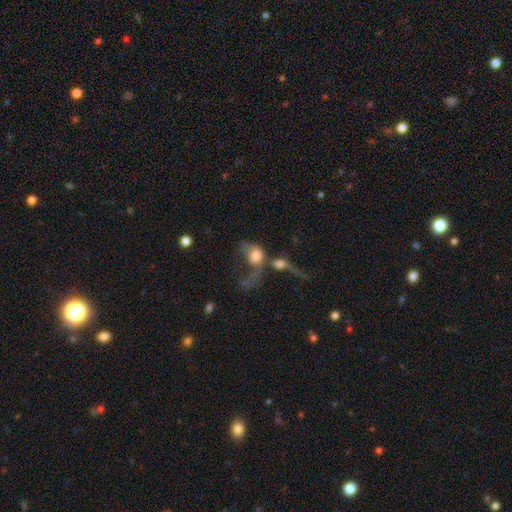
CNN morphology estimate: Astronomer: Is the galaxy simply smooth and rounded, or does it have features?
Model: smooth — 57% (runner-up: featured or disk, 33%).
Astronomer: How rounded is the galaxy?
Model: in between — 57% (runner-up: round, 40%).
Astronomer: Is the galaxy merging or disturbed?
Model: merger — 55%.